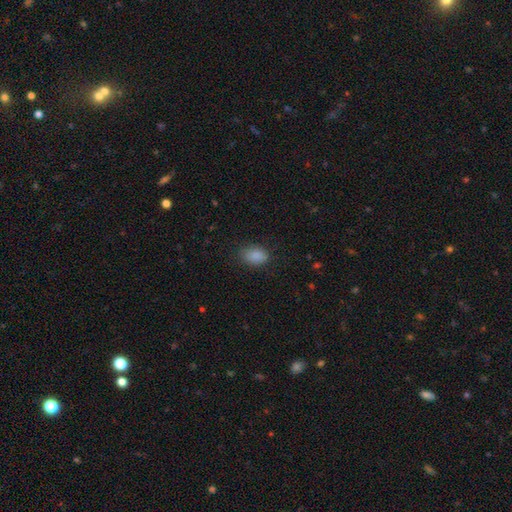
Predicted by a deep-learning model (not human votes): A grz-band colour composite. It shows a smooth galaxy with no disk features (87%) that is in between round and cigar-shaped (85%). Merging: none (77%).